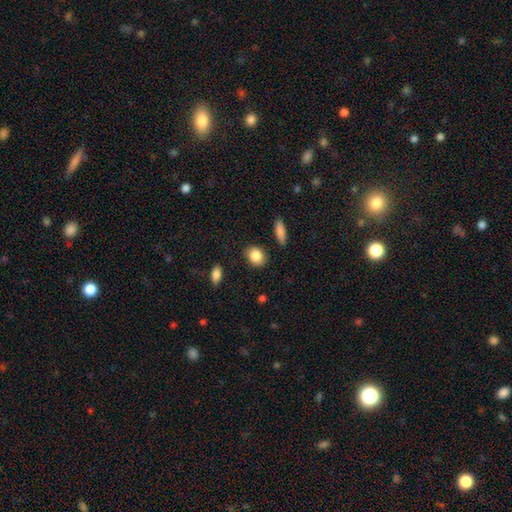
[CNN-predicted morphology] This is clearly a smooth galaxy (87%). How rounded: possibly in between (50%). Merging: clearly none (85%).